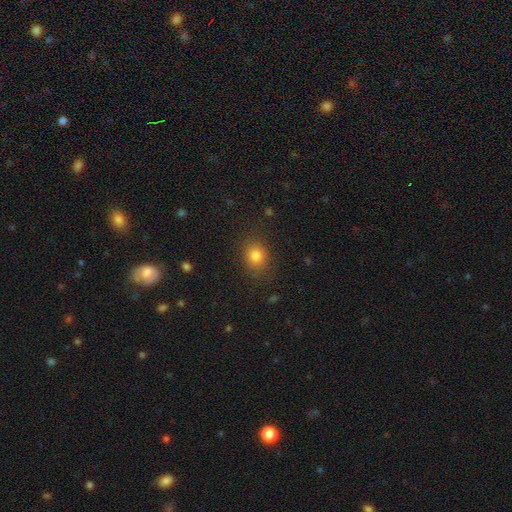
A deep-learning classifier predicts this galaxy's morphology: smooth-or-featured: smooth: 82% | star or artifact: 12% | featured or disk: 6%
  how-rounded: round: 69% | in between: 30% | cigar-shaped: 1%
  merging: none: 84% | minor disturbance: 11% | major disturbance: 4% | merger: 1%